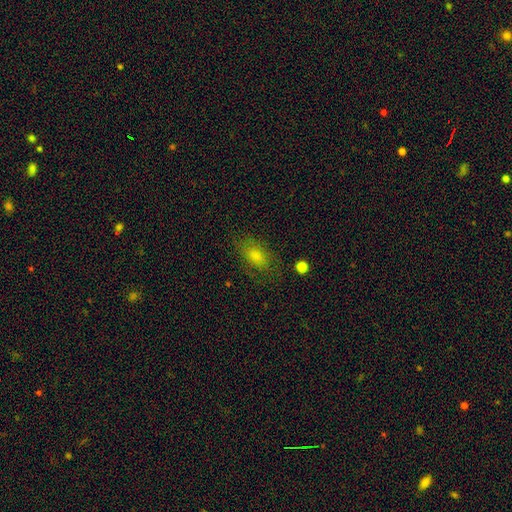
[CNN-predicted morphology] Q: Smooth or featured?
A: smooth (66%); runner-up: featured or disk (17%)
Q: How rounded?
A: in between (82%); runner-up: round (13%)
Q: Merging?
A: none (75%); runner-up: minor disturbance (16%)